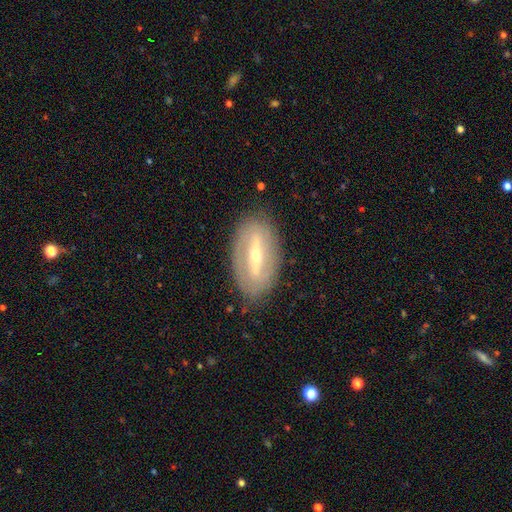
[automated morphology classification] A featured or disk galaxy (77%) with a strong bar (69%), no spiral arms (52%) and a small central bulge (54%). Merging: none (83%).